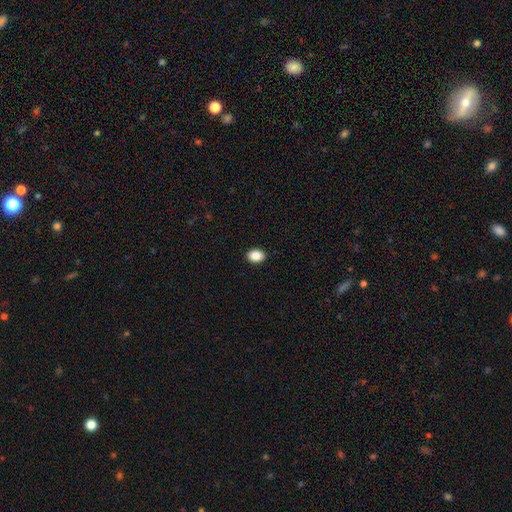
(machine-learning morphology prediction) The model was most divided on "how rounded": in between: 76%, round: 23%, cigar-shaped: 1%. More confident: merging — none (91%); smooth or featured — smooth (88%).